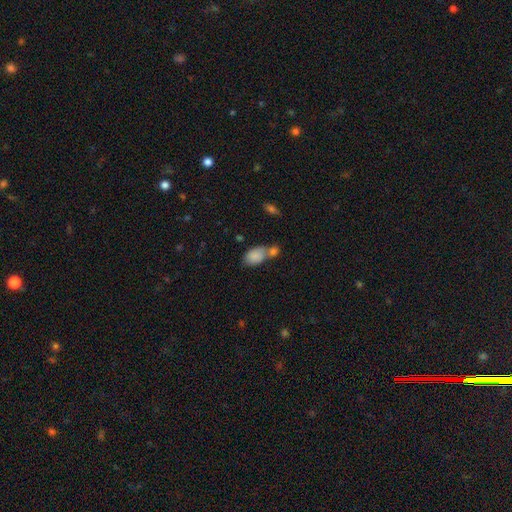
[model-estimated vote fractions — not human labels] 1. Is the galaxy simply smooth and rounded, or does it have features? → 86% smooth, 7% star or artifact, 7% featured or disk.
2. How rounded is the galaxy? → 90% in between, 8% round, 2% cigar-shaped.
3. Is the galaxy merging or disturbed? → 42% merger, 39% none, 13% minor disturbance, 5% major disturbance.